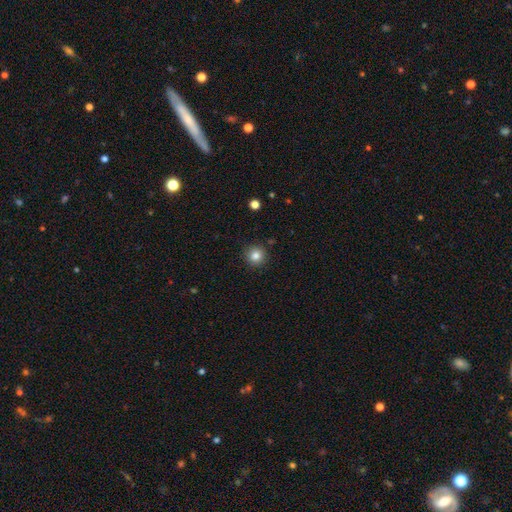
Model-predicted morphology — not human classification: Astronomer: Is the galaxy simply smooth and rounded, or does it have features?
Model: smooth — 83%.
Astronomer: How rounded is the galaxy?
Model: round — 94%.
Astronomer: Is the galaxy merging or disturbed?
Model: none — 90%.